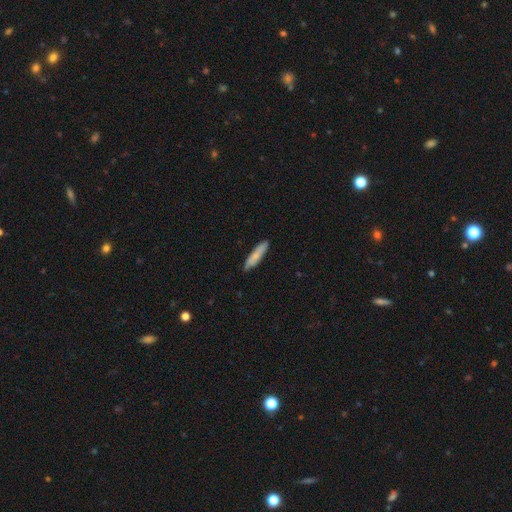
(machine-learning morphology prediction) smooth_or_featured: smooth (p=0.77) [alt: featured or disk p=0.17]
how_rounded: cigar-shaped (p=0.83) [alt: in between p=0.16]
merging: none (p=0.84) [alt: minor disturbance p=0.13]